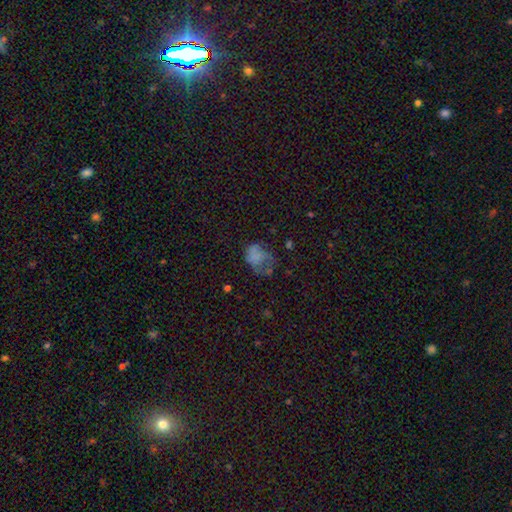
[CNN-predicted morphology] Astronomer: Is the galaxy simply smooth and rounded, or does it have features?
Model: smooth — 59%.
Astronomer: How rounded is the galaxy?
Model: in between — 65%.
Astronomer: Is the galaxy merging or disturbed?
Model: major disturbance — 39% (runner-up: none, 30%).